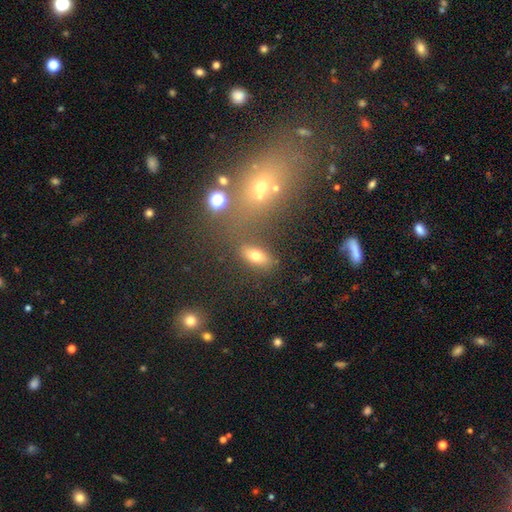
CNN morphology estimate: type=smooth (69%); roundness=in between (77%); merging=none (78%).